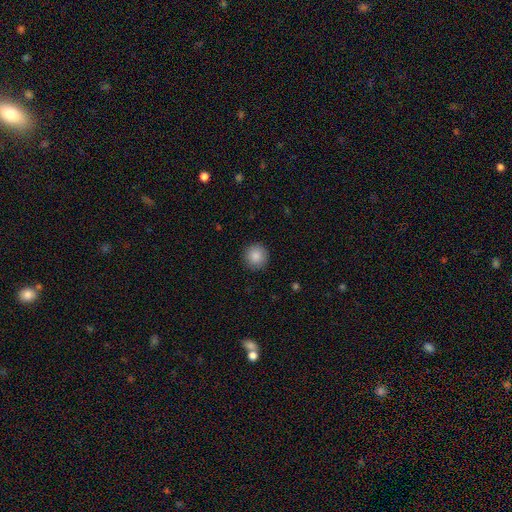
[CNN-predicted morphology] Smooth or featured?
  - smooth: 87% *
  - star or artifact: 8%
  - featured or disk: 4%
How rounded?
  - round: 94% *
  - in between: 5%
  - cigar-shaped: 1%
Merging?
  - none: 91% *
  - minor disturbance: 6%
  - major disturbance: 2%
  - merger: 1%